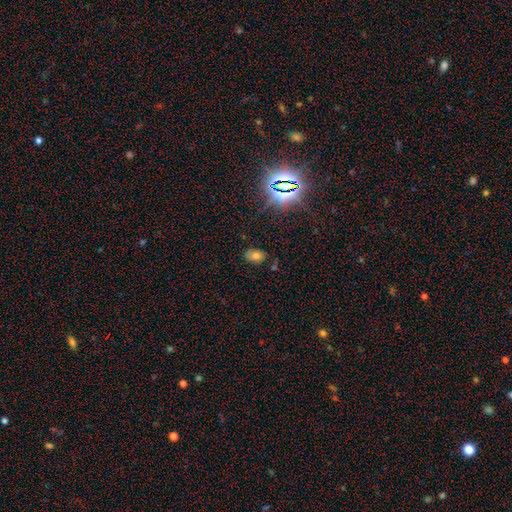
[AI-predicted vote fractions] smooth-or-featured: smooth: 69% | star or artifact: 20% | featured or disk: 11%
  how-rounded: in between: 86% | round: 13% | cigar-shaped: 1%
  merging: none: 77% | minor disturbance: 15% | major disturbance: 4% | merger: 3%